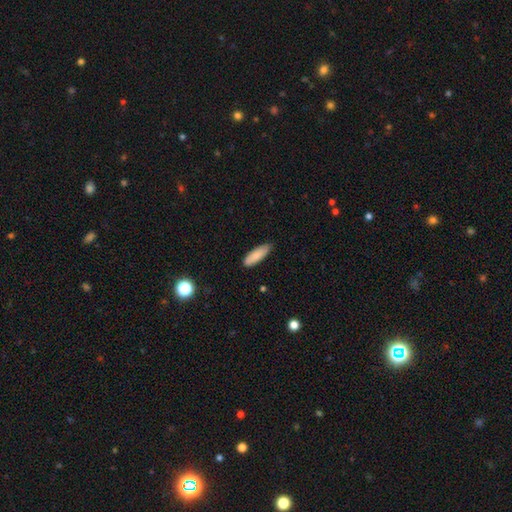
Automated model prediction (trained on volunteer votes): Morphology: type=smooth (85%); roundness=in between (51%); merging=none (82%).